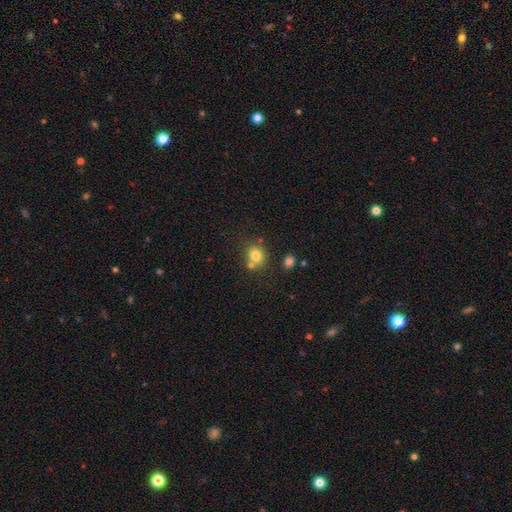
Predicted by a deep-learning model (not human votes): smooth-or-featured: smooth: 78% | star or artifact: 13% | featured or disk: 9%
  how-rounded: round: 77% | in between: 22% | cigar-shaped: 1%
  merging: none: 63% | merger: 22% | minor disturbance: 11% | major disturbance: 3%